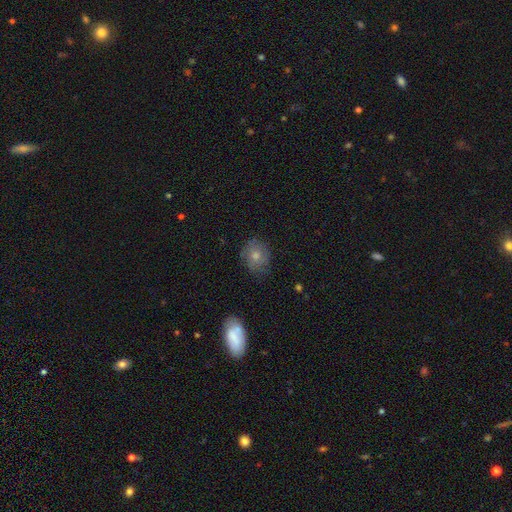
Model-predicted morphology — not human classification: A smooth galaxy with no disk features (50%).

Vote fractions:
- Smooth or featured? smooth: 50% / featured or disk: 33% / star or artifact: 17%
- Merging? none: 80% / minor disturbance: 15% / major disturbance: 4% / merger: 2%